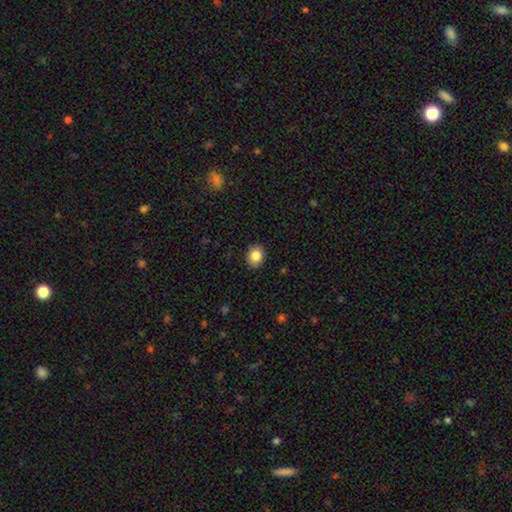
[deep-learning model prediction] Smooth or featured? smooth (85%)
How rounded? round (55%)
Merging? none (90%)